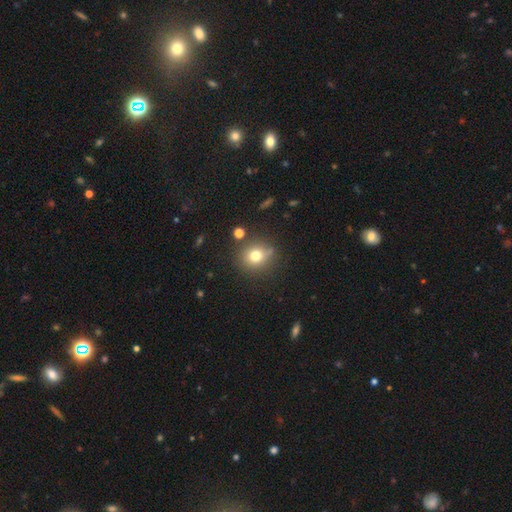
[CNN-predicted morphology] The model was most divided on "smooth or featured": smooth: 75%, star or artifact: 14%, featured or disk: 11%. More confident: how rounded — round (84%); merging — none (77%).